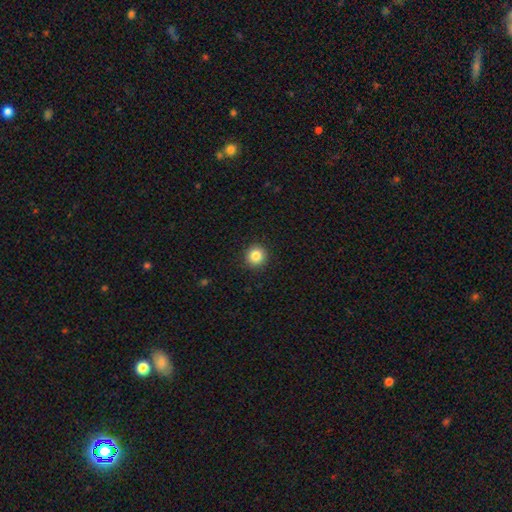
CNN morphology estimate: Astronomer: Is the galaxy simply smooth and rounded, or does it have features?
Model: smooth — 85%.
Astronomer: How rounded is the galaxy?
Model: round — 94%.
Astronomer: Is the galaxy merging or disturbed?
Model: none — 92%.